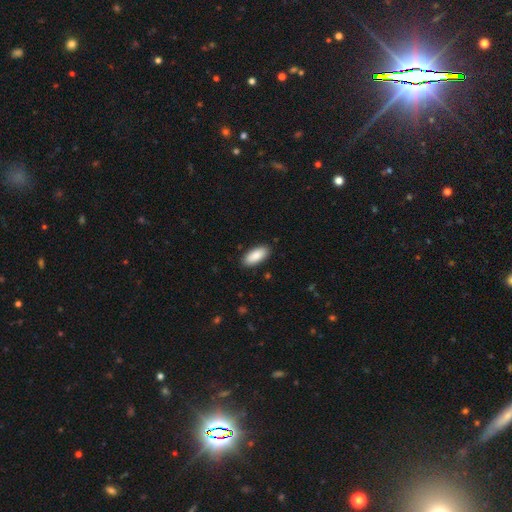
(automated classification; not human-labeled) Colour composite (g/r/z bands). It shows a smooth galaxy with no disk features (88%) that is in between round and cigar-shaped (87%). Merging: none (89%).